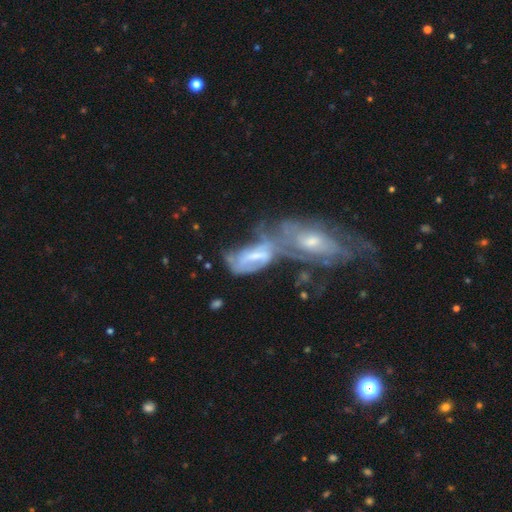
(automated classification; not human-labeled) This is likely a featured or disk galaxy (67%). It is clearly not viewed edge-on (90%). Bar: marginally no (43%). Spiral arm pattern: likely yes (61%). Central bulge: marginally small (40%). Merging: likely merger (68%).